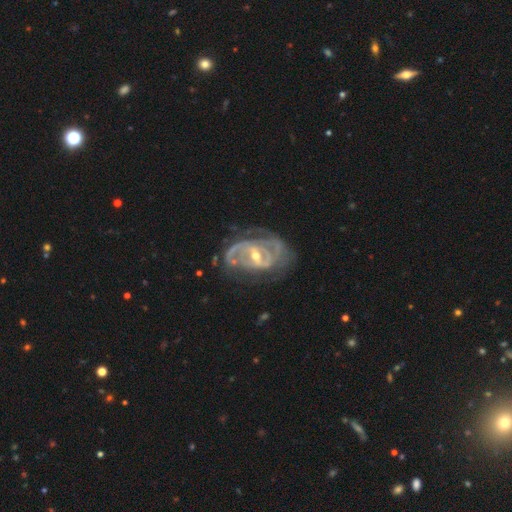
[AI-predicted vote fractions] This appears to be a featured or disk galaxy (88%) with a weak bar (45%), 2 (60%) medium (46%) spiral arms (93%) and a small central bulge (55%). Merging: none (63%).